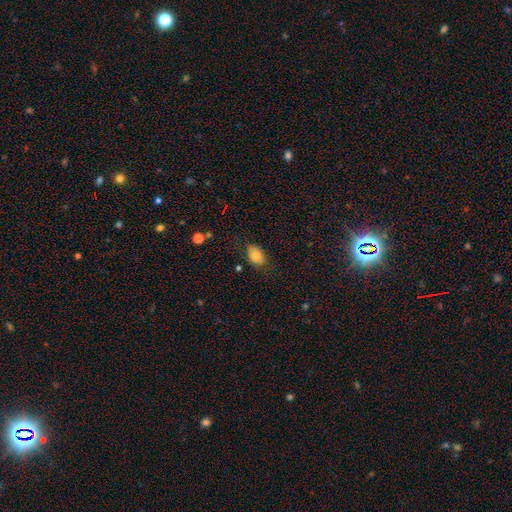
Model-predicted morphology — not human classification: Smooth or featured: smooth — 77% (featured or disk — 14%)
How rounded: in between — 83% (round — 16%)
Merging: none — 73% (minor disturbance — 20%)